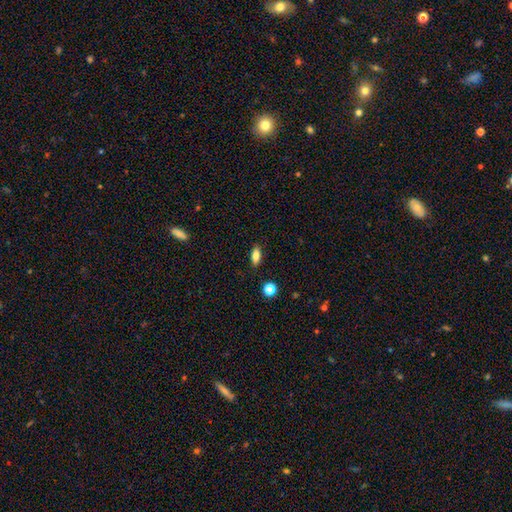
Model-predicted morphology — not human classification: Overall: smooth (80%). How rounded: in between (77%). Merging: none (87%).